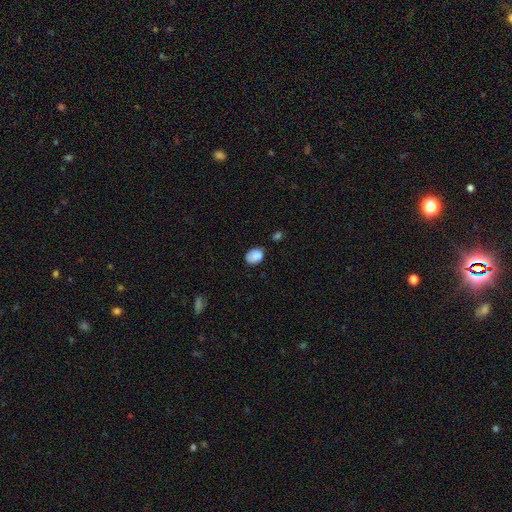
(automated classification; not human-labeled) smooth-or-featured: smooth: 84% | star or artifact: 8% | featured or disk: 8%
  how-rounded: in between: 70% | round: 29% | cigar-shaped: 1%
  merging: none: 62% | minor disturbance: 28% | major disturbance: 7% | merger: 4%